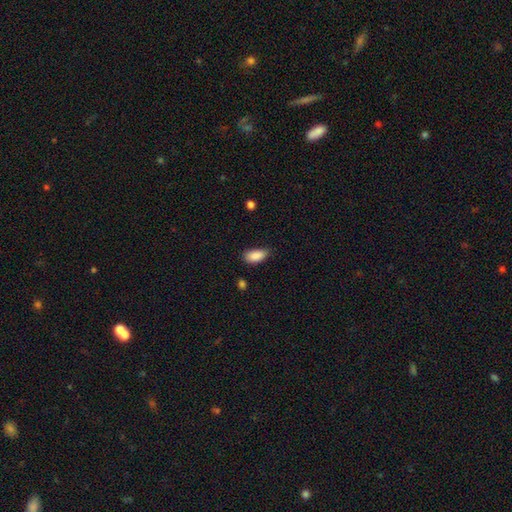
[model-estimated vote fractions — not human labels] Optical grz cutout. It shows a smooth galaxy with no disk features (89%) that is in between round and cigar-shaped (92%). Merging: none (70%).